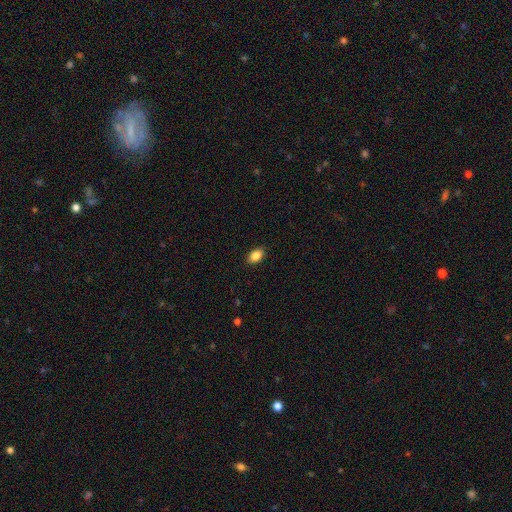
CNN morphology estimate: The model was most divided on "how rounded": in between: 87%, round: 11%, cigar-shaped: 2%. More confident: merging — none (88%); smooth or featured — smooth (87%).